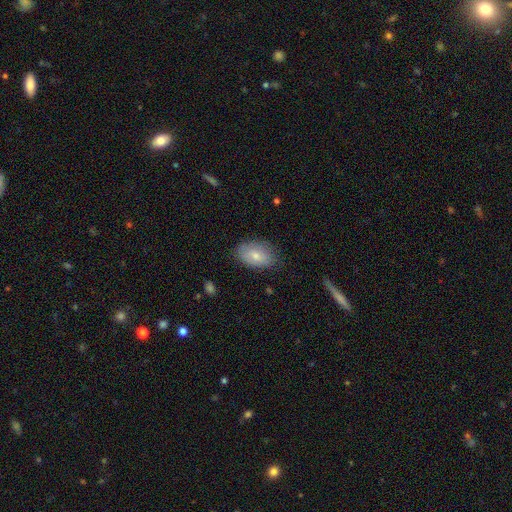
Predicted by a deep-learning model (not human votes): This appears to be a smooth galaxy with no disk features (76%) that is in between round and cigar-shaped (91%). Merging: none (78%).